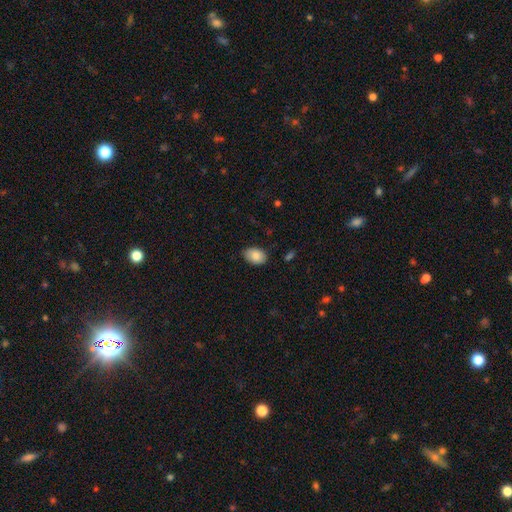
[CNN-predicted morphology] smooth-or-featured: smooth: 86% | featured or disk: 7% | star or artifact: 7%
  how-rounded: in between: 85% | round: 14% | cigar-shaped: 1%
  merging: none: 79% | minor disturbance: 17% | major disturbance: 3% | merger: 1%